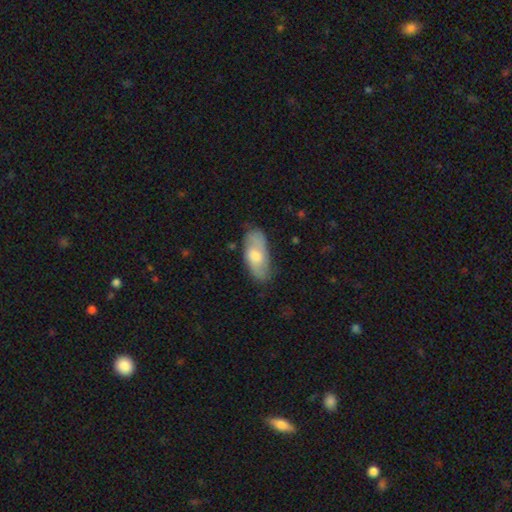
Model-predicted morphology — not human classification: smooth 56%, featured or disk 38%, star or artifact 6%. Down the decision tree: how rounded — in between (88%); merging — none (72%).